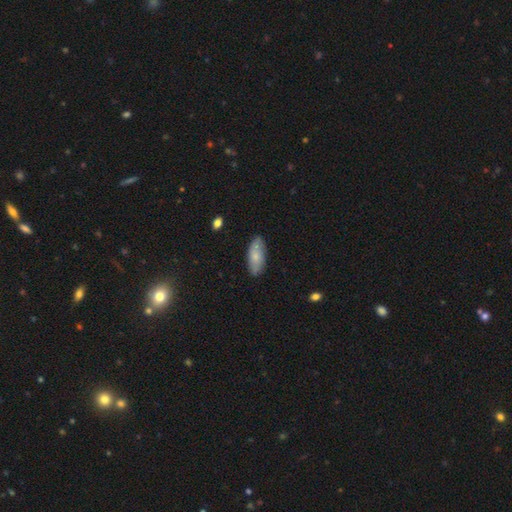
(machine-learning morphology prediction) A smooth galaxy with no disk features (72%) that is in between round and cigar-shaped (83%).

Vote fractions:
- Smooth or featured? smooth: 72% / featured or disk: 22% / star or artifact: 6%
- How rounded? in between: 83% / cigar-shaped: 15% / round: 2%
- Merging? none: 83% / minor disturbance: 13% / major disturbance: 2% / merger: 1%